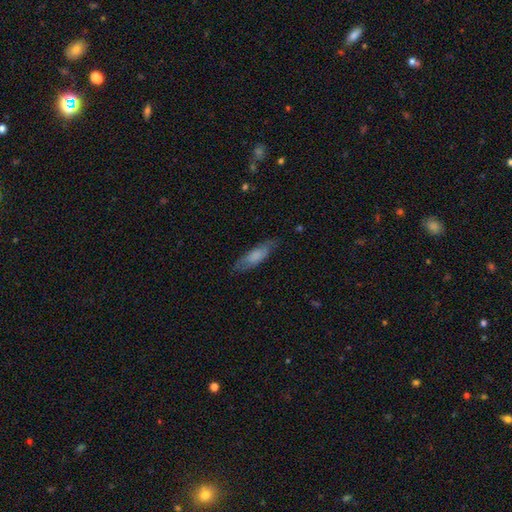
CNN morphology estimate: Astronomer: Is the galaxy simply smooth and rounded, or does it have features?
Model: smooth — 71%.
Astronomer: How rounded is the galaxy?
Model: cigar-shaped — 50% (runner-up: in between, 48%).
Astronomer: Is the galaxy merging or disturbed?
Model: none — 74%.